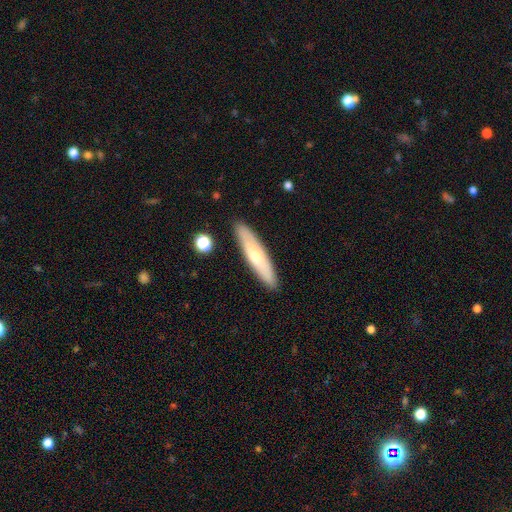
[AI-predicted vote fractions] smooth_or_featured: smooth (p=0.54) [alt: featured or disk p=0.40]
how_rounded: cigar-shaped (p=0.81) [alt: in between p=0.18]
merging: none (p=0.89) [alt: minor disturbance p=0.08]